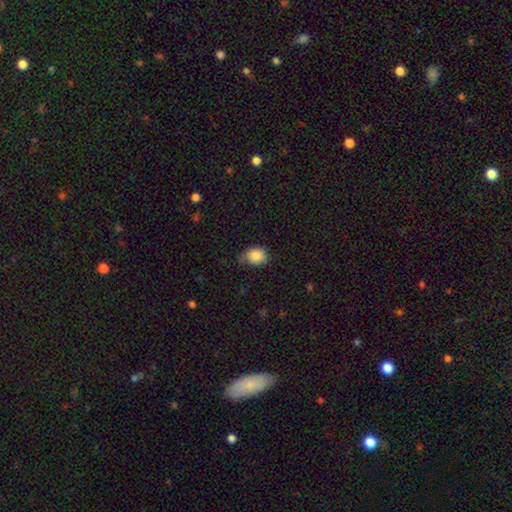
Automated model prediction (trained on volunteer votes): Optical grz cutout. It shows a smooth galaxy with no disk features (85%) that is in between round and cigar-shaped (50%). Merging: none (62%).